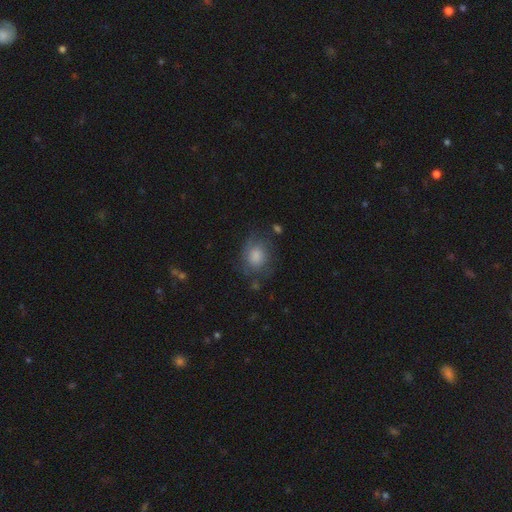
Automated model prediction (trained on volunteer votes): Smooth or featured? Predicted: smooth (p=0.63). How rounded? Predicted: round (p=0.56). Merging? Predicted: none (p=0.65).